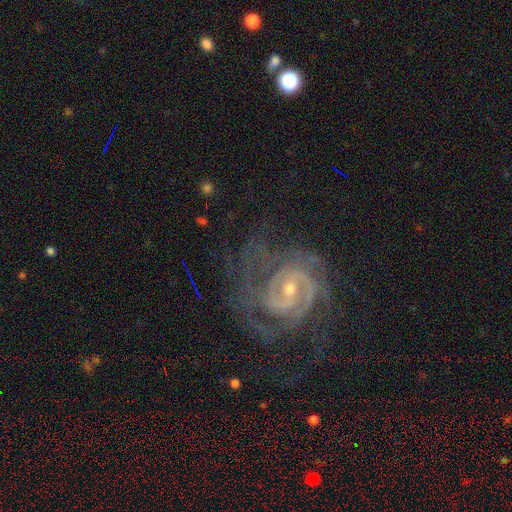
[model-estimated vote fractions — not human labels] smooth-or-featured: featured or disk: 86% | star or artifact: 9% | smooth: 5%
  disk-edge-on: no: 97% | yes: 3%
    bar: weak: 43% | no: 38% | strong: 19%
    has-spiral-arms: yes: 96% | no: 4%
      spiral-winding: tight: 62% | medium: 31% | loose: 6%
      spiral-arm-count: 2: 46% | can't tell: 21% | 3: 15% | 4: 7% | 1: 6% | more than 4: 6%
    bulge-size: small: 65% | moderate: 31% | none: 2% | large: 2% | dominant: 1%
  merging: none: 65% | minor disturbance: 18% | major disturbance: 16% | merger: 2%